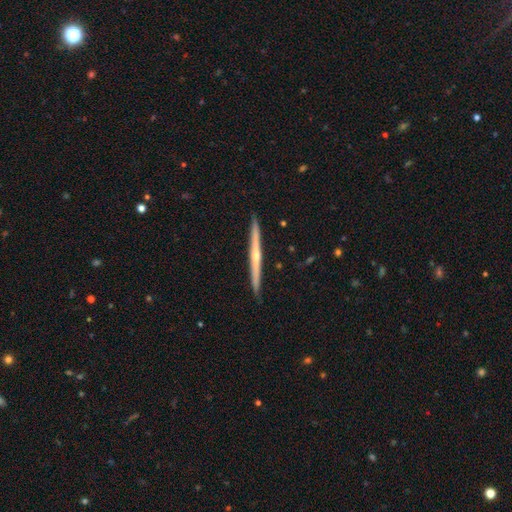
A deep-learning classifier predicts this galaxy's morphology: The model was most divided on "edge-on bulge": rounded: 66%, none: 28%, boxy: 6%. More confident: edge-on disk — yes (98%); merging — none (90%); smooth or featured — featured or disk (71%).